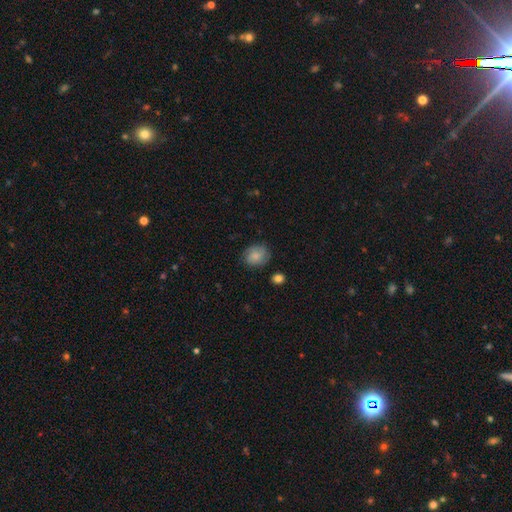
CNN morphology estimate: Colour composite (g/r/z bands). It shows a smooth galaxy with no disk features (75%) that is round (58%). Merging: none (78%).